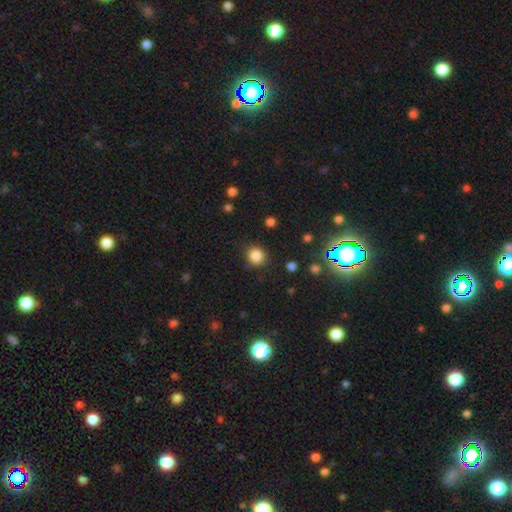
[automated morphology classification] smooth-or-featured: smooth: 84% | star or artifact: 12% | featured or disk: 4%
  how-rounded: round: 87% | in between: 12% | cigar-shaped: 1%
  merging: none: 87% | minor disturbance: 8% | major disturbance: 3% | merger: 2%